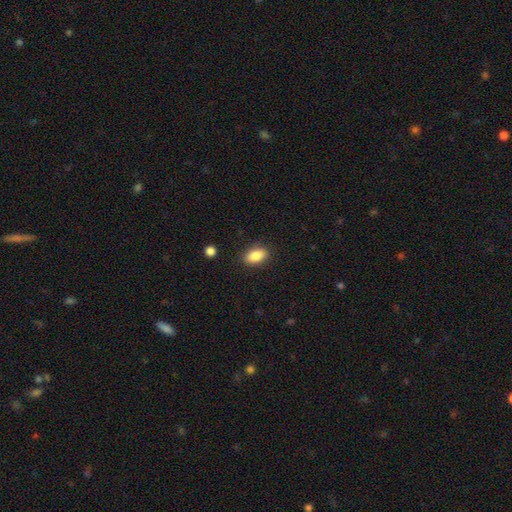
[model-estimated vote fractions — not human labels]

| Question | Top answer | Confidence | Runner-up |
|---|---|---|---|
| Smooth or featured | smooth | 87% | star or artifact (8%) |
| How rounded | in between | 90% | round (7%) |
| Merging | none | 87% | minor disturbance (9%) |